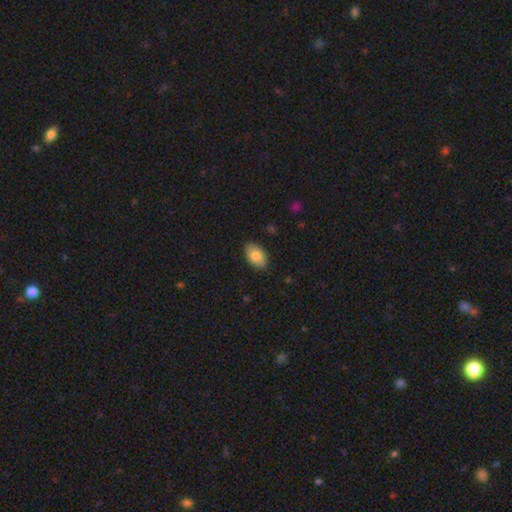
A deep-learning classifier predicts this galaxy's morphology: smooth 83%, featured or disk 10%, star or artifact 7%. Down the decision tree: how rounded — in between (91%); merging — none (87%).